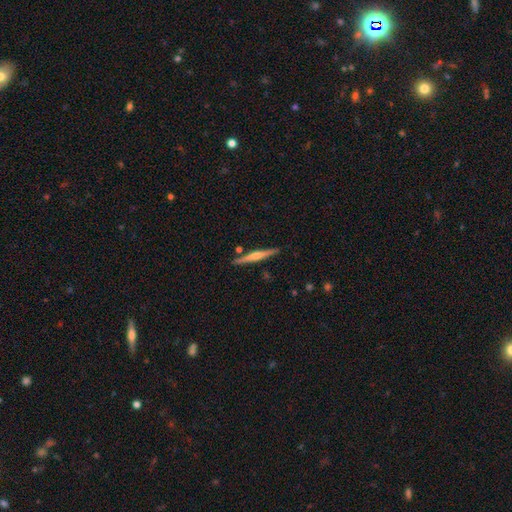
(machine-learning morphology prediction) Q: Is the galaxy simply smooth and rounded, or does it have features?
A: featured or disk — 65%.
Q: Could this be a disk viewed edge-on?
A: yes — 98%.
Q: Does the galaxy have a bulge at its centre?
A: rounded — 71%.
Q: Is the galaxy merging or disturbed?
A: none — 89%.